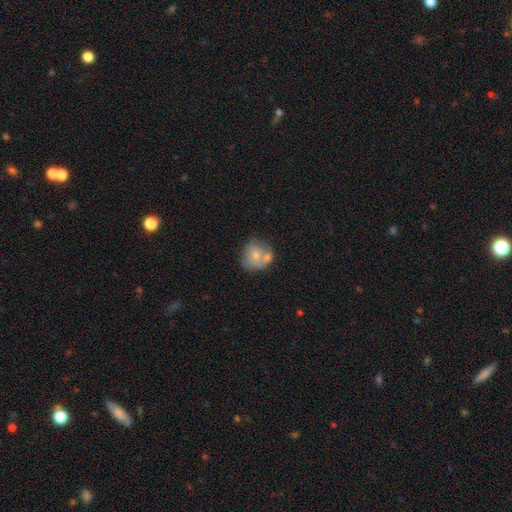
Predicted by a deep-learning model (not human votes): smooth_or_featured: smooth (p=0.66) [alt: featured or disk p=0.27]
how_rounded: round (p=0.79) [alt: in between p=0.20]
merging: merger (p=0.40) [alt: none p=0.38]